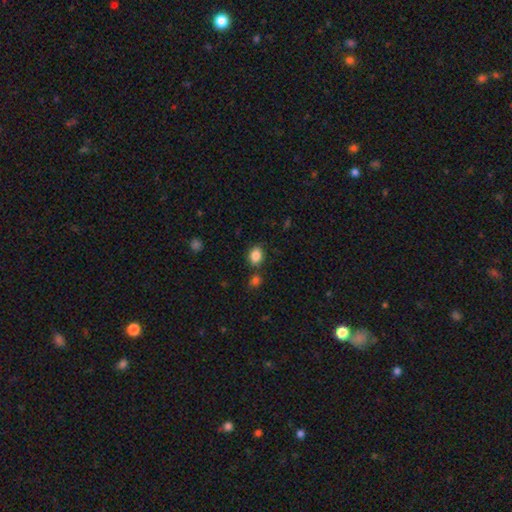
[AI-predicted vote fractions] Q: Smooth or featured?
A: smooth (85%); runner-up: star or artifact (10%)
Q: How rounded?
A: in between (62%); runner-up: round (37%)
Q: Merging?
A: none (73%); runner-up: minor disturbance (15%)